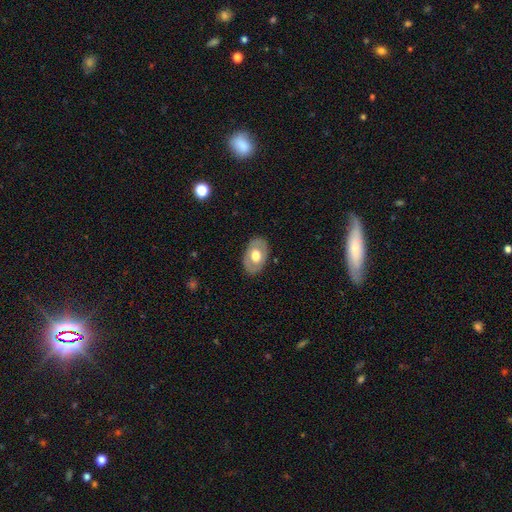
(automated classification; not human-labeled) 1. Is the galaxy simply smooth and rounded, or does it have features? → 48% smooth, 47% featured or disk, 5% star or artifact.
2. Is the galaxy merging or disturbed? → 84% none, 12% minor disturbance, 3% major disturbance, 1% merger.